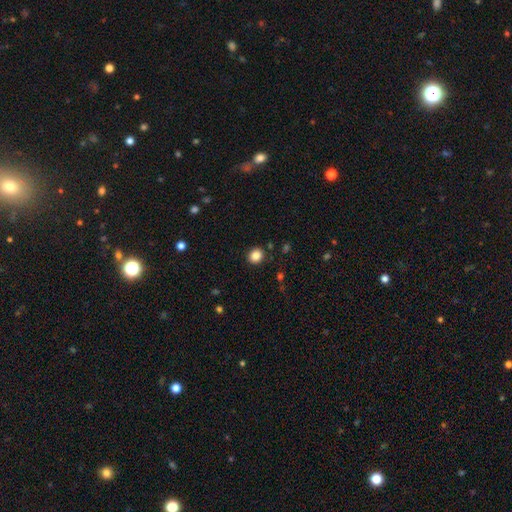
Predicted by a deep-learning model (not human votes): Smooth or featured? smooth (85%)
How rounded? round (80%)
Merging? none (90%)